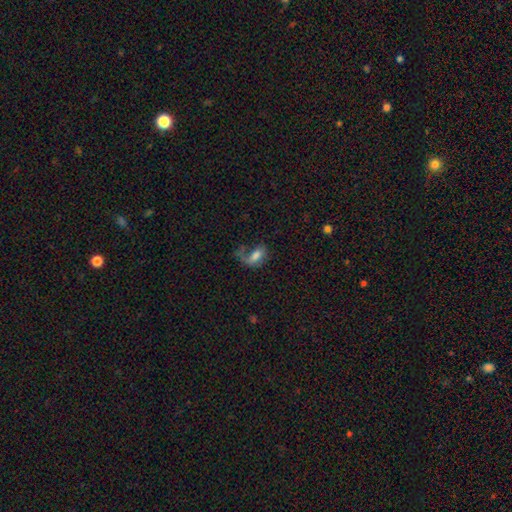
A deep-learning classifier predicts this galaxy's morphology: smooth 57%, featured or disk 33%, star or artifact 11%. Down the decision tree: how rounded — in between (87%); merging — major disturbance (46%).